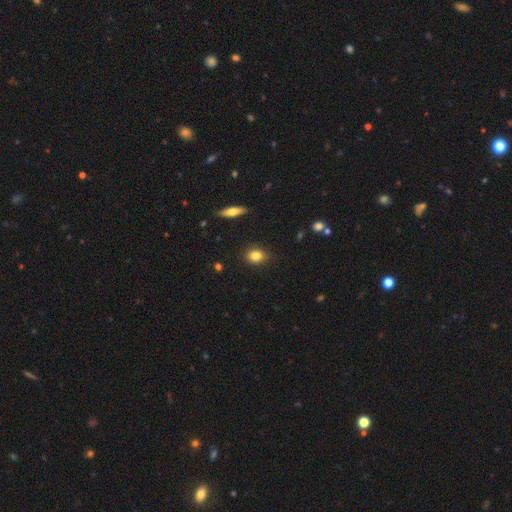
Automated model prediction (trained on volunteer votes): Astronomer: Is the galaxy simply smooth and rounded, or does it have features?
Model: smooth — 83%.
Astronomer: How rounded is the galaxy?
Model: round — 55% (runner-up: in between, 43%).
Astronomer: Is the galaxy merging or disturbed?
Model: none — 87%.